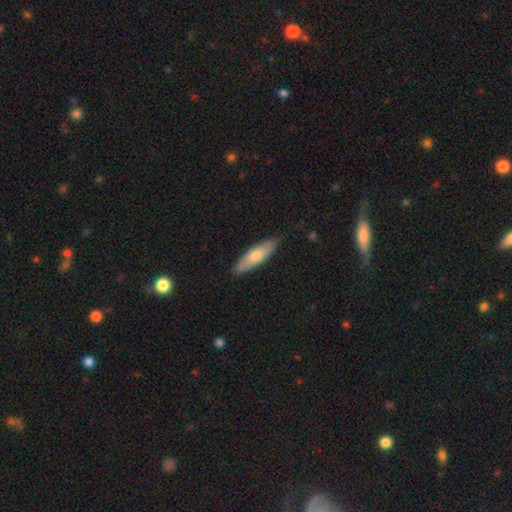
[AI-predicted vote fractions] The model was most divided on "how rounded": cigar-shaped: 55%, in between: 44%, round: 2%. More confident: merging — none (85%); smooth or featured — smooth (68%).